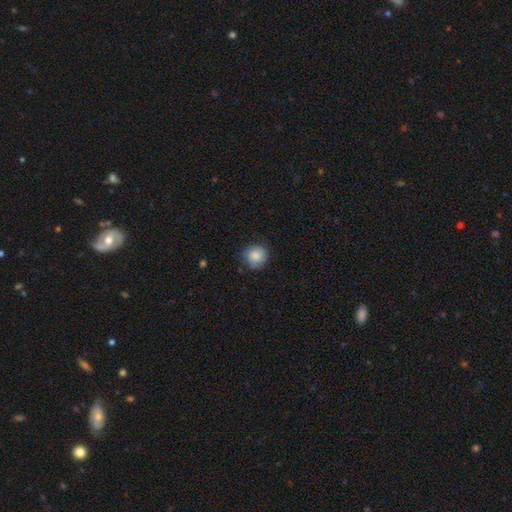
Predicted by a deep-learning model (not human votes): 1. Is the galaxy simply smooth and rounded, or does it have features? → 85% smooth, 8% featured or disk, 8% star or artifact.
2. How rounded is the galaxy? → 90% round, 10% in between, 1% cigar-shaped.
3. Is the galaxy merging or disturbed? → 75% none, 20% minor disturbance, 4% major disturbance, 1% merger.